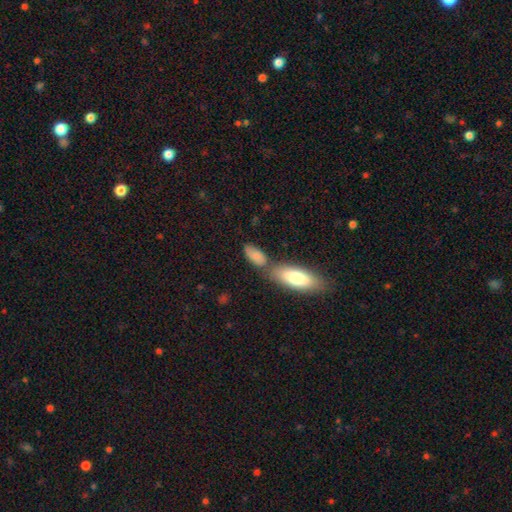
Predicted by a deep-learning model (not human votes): smooth-or-featured: smooth: 81% | featured or disk: 13% | star or artifact: 7%
  how-rounded: in between: 82% | cigar-shaped: 14% | round: 3%
  merging: none: 51% | merger: 29% | minor disturbance: 15% | major disturbance: 5%